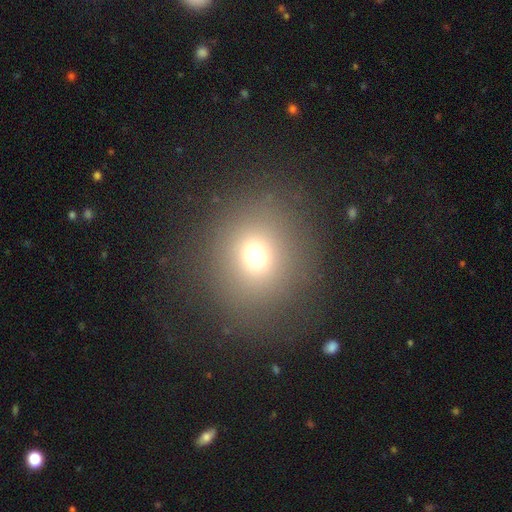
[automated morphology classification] smooth 67%, star or artifact 23%, featured or disk 10%. Down the decision tree: how rounded — round (84%); merging — none (84%).